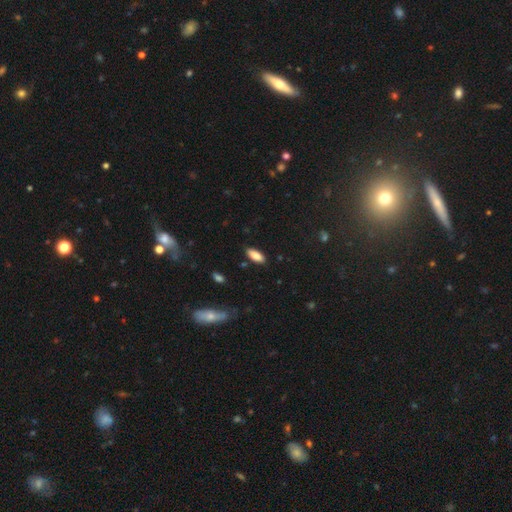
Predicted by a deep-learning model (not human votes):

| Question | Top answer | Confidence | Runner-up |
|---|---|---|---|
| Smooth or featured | smooth | 85% | featured or disk (8%) |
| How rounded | in between | 82% | cigar-shaped (16%) |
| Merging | none | 84% | minor disturbance (12%) |